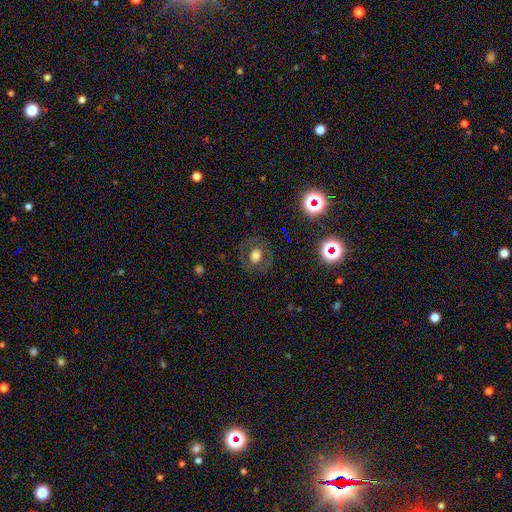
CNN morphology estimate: A smooth galaxy with no disk features (53%) that is round (71%).

Vote fractions:
- Smooth or featured? smooth: 53% / featured or disk: 33% / star or artifact: 14%
- How rounded? round: 71% / in between: 28% / cigar-shaped: 1%
- Merging? none: 82% / minor disturbance: 11% / major disturbance: 7% / merger: 1%